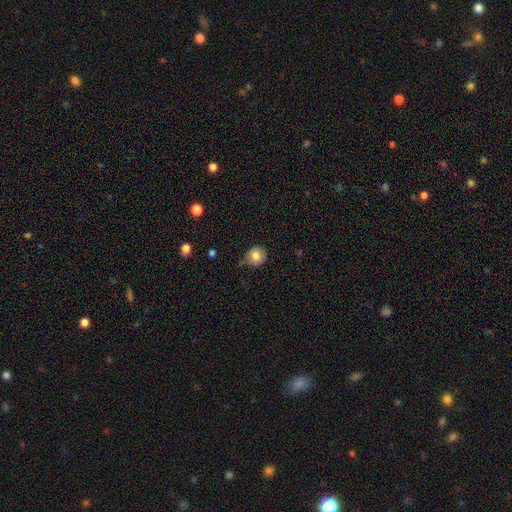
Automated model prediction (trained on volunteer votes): This appears to be a smooth galaxy with no disk features (79%) that is round (87%). Merging: none (70%).